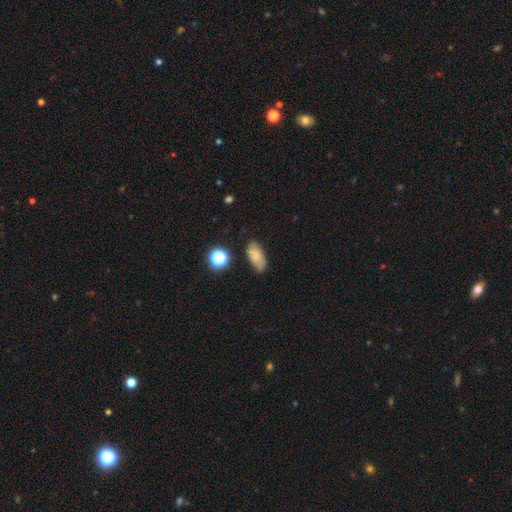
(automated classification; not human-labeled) Overall: smooth (75%). How rounded: in between (88%). Merging: none (75%).